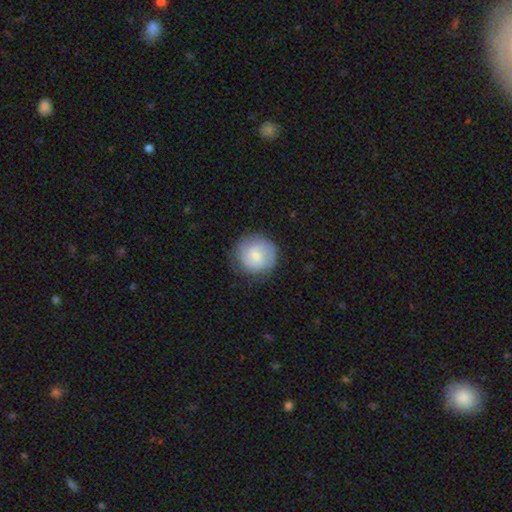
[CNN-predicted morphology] A smooth galaxy with no disk features (66%) that is round (92%). Merging: none (76%).